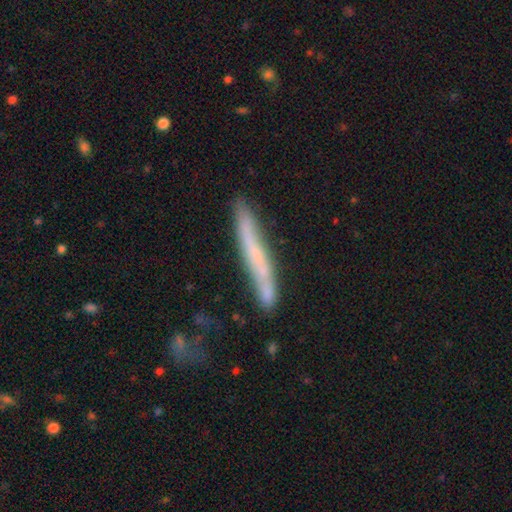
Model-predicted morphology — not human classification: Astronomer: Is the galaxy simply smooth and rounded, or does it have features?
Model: featured or disk — 50% (runner-up: smooth, 43%).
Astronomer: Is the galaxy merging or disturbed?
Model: none — 76%.